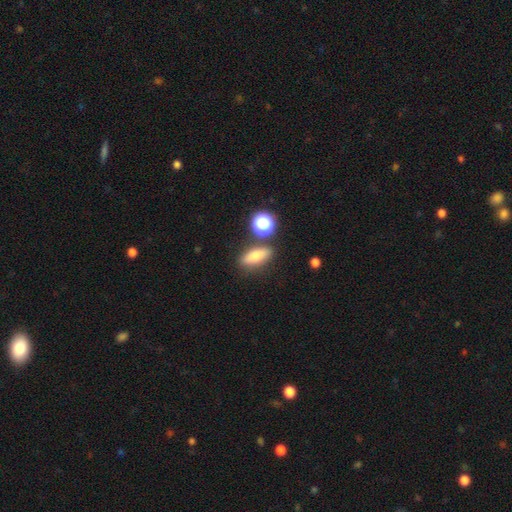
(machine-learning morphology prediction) Smooth or featured? Predicted: smooth (p=0.73). How rounded? Predicted: in between (p=0.61). Merging? Predicted: none (p=0.78).